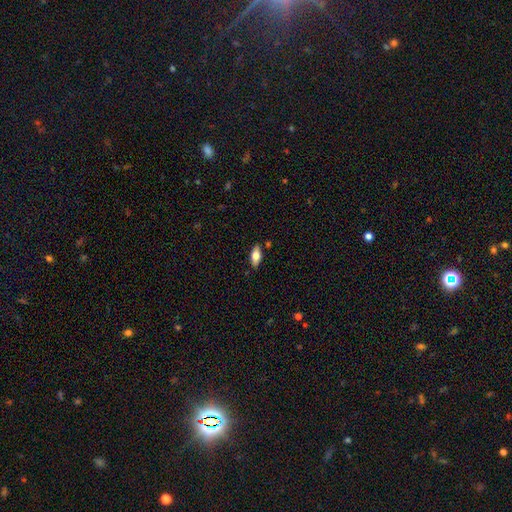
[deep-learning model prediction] A smooth galaxy with no disk features (62%) that is in between round and cigar-shaped (80%).

Vote fractions:
- Smooth or featured? smooth: 62% / featured or disk: 31% / star or artifact: 7%
- How rounded? in between: 80% / cigar-shaped: 17% / round: 3%
- Merging? none: 85% / minor disturbance: 11% / major disturbance: 2% / merger: 2%